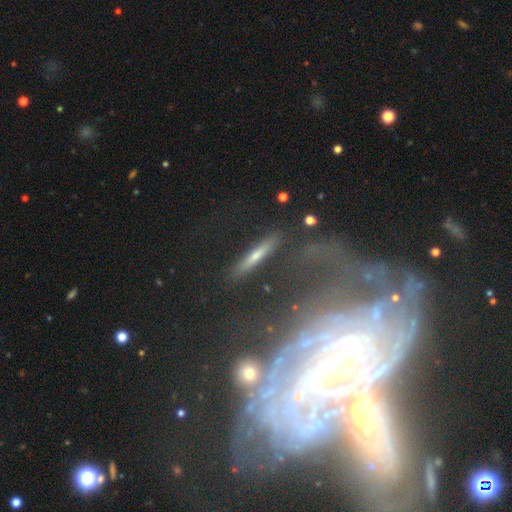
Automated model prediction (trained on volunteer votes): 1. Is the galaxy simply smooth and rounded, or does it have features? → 79% featured or disk, 11% star or artifact, 10% smooth.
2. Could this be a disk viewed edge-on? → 87% no, 13% yes.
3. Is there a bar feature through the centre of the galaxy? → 55% no, 25% weak, 20% strong.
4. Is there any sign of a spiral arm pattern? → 91% yes, 9% no.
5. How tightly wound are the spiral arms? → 67% tight, 23% medium, 10% loose.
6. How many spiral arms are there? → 30% can't tell, 19% 2, 15% 3, 14% 4, 13% more than 4, 9% 1.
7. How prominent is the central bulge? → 75% small, 17% moderate, 4% none, 3% large, 2% dominant.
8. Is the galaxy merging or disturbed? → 54% none, 20% minor disturbance, 16% major disturbance, 10% merger.